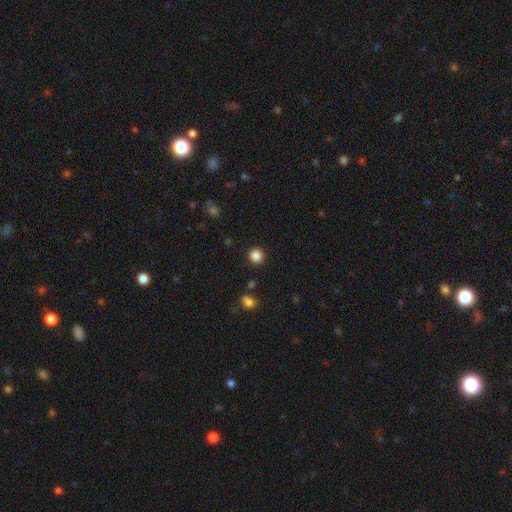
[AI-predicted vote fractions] smooth_or_featured: smooth (p=0.86) [alt: star or artifact p=0.11]
how_rounded: round (p=0.91) [alt: in between p=0.08]
merging: none (p=0.90) [alt: minor disturbance p=0.06]